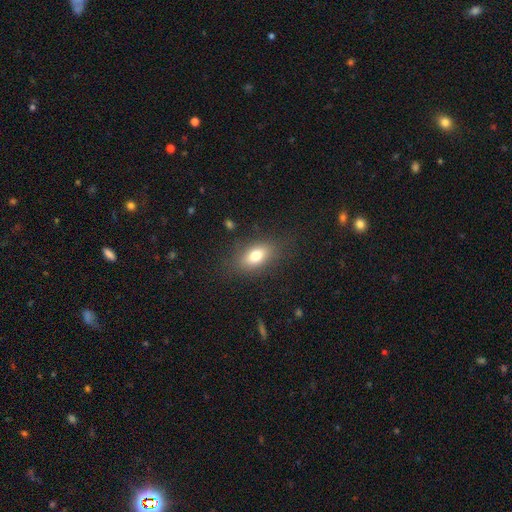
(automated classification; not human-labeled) This appears to be a smooth galaxy with no disk features (76%) that is in between round and cigar-shaped (84%). Merging: none (81%).